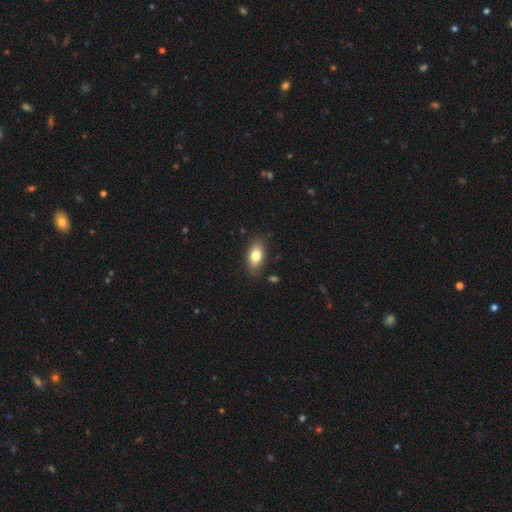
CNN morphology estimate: Smooth or featured: smooth — 77% (featured or disk — 16%)
How rounded: in between — 87% (cigar-shaped — 8%)
Merging: none — 82% (minor disturbance — 14%)